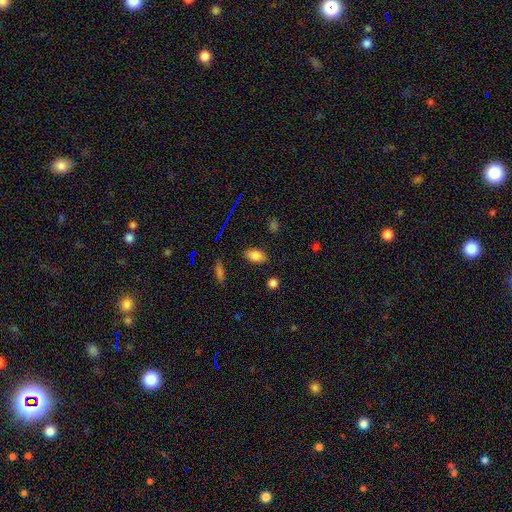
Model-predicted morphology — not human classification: Smooth or featured: smooth — 80% (star or artifact — 11%)
How rounded: in between — 89% (round — 8%)
Merging: none — 84% (minor disturbance — 11%)